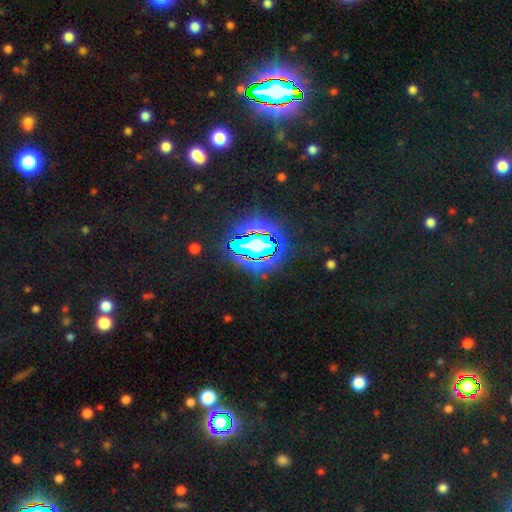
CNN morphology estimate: Q: Smooth or featured?
A: star or artifact (66%); runner-up: smooth (21%)